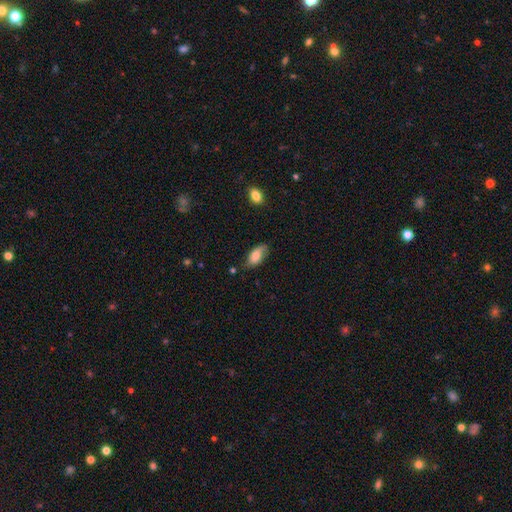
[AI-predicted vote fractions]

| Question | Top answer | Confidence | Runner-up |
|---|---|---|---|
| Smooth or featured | smooth | 71% | featured or disk (22%) |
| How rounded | in between | 91% | cigar-shaped (6%) |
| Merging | none | 61% | minor disturbance (29%) |